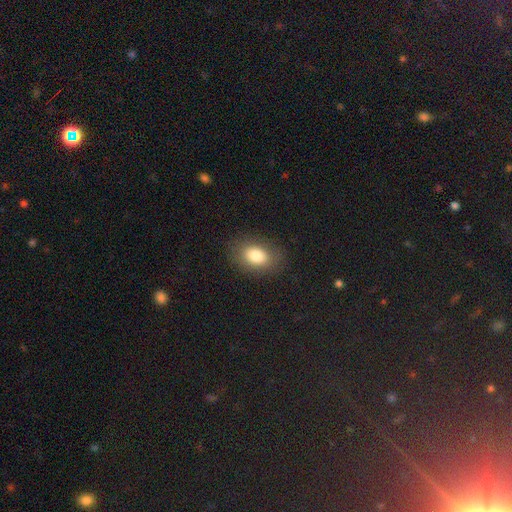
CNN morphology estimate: Q: Smooth or featured?
A: smooth (81%); runner-up: featured or disk (10%)
Q: How rounded?
A: in between (79%); runner-up: round (20%)
Q: Merging?
A: none (84%); runner-up: minor disturbance (11%)